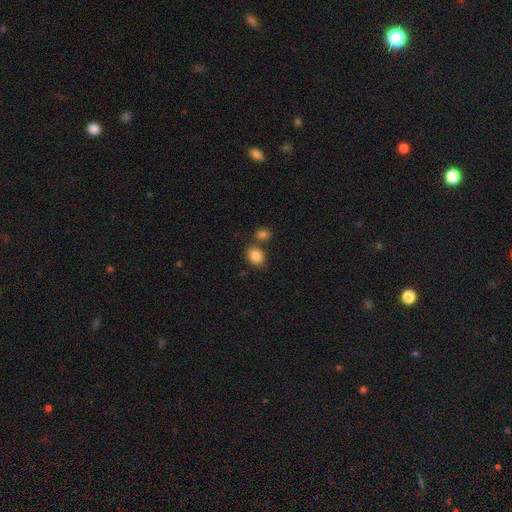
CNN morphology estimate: A smooth galaxy with no disk features (87%) that is in between round and cigar-shaped (67%). Merging: none (64%).